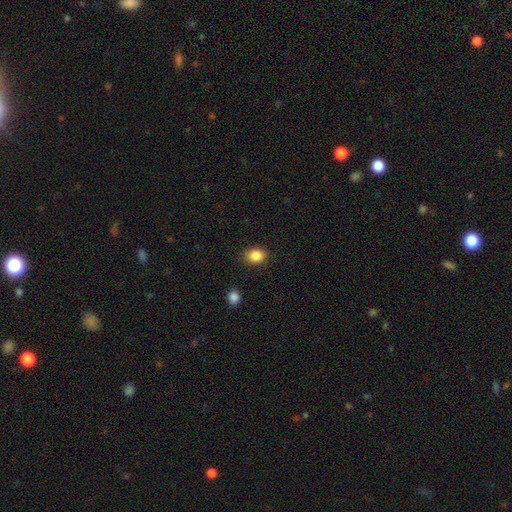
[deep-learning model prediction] This is clearly a smooth galaxy (86%). How rounded: possibly in between (57%). Merging: clearly none (87%).